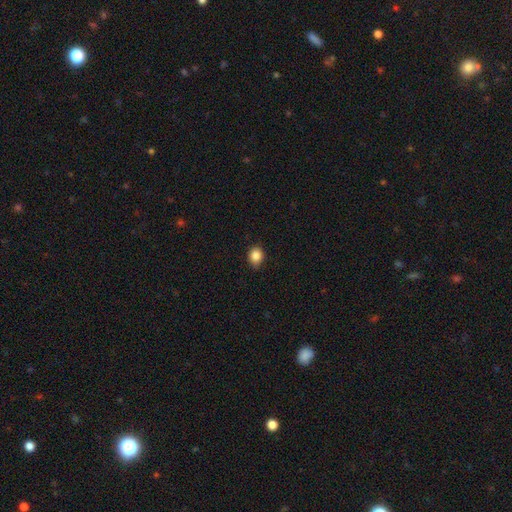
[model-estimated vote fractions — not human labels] This appears to be a smooth galaxy with no disk features (86%) that is round (57%). Merging: none (85%).